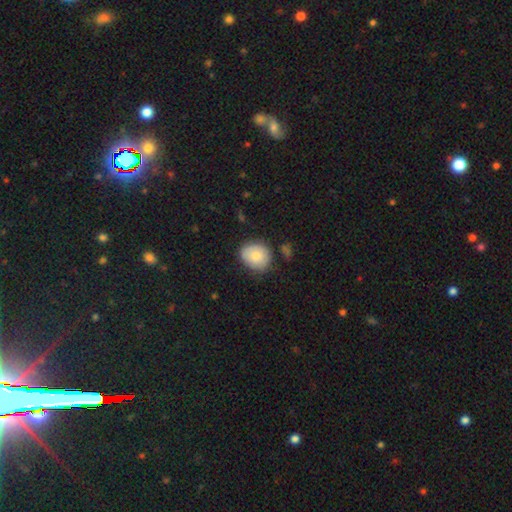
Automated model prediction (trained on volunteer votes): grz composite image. It shows a smooth galaxy with no disk features (78%) that is round (64%). Merging: none (73%).